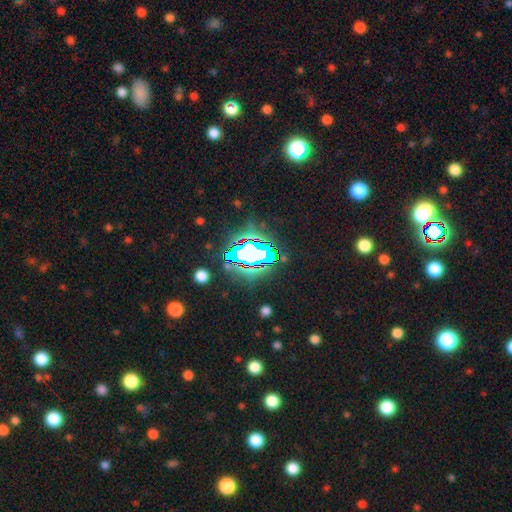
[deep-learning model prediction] Smooth or featured?
  - star or artifact: 67% *
  - smooth: 19%
  - featured or disk: 14%